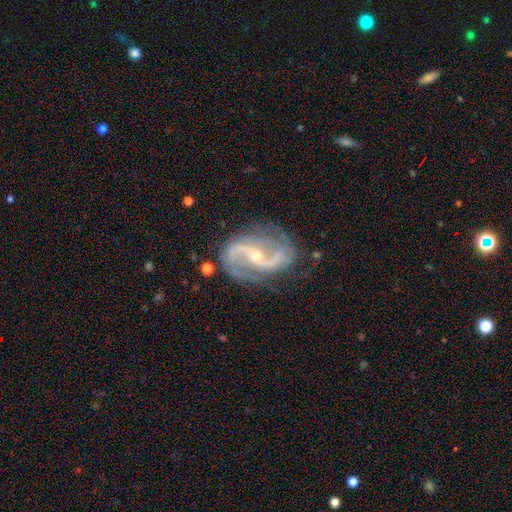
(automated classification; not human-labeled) smooth_or_featured: featured or disk (p=0.91) [alt: star or artifact p=0.05]
disk_edge_on: no (p=0.98) [alt: yes p=0.02]
bar: weak (p=0.37) [alt: no p=0.32]
has_spiral_arms: yes (p=0.98) [alt: no p=0.02]
spiral_winding: medium (p=0.48) [alt: loose p=0.39]
spiral_arm_count: 2 (p=0.92) [alt: can't tell p=0.02]
bulge_size: small (p=0.67) [alt: moderate p=0.30]
merging: none (p=0.74) [alt: minor disturbance p=0.16]